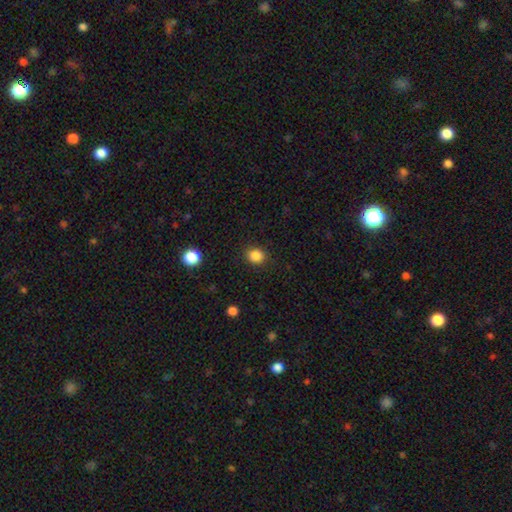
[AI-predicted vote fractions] Smooth or featured? smooth (86%)
How rounded? round (71%)
Merging? none (89%)